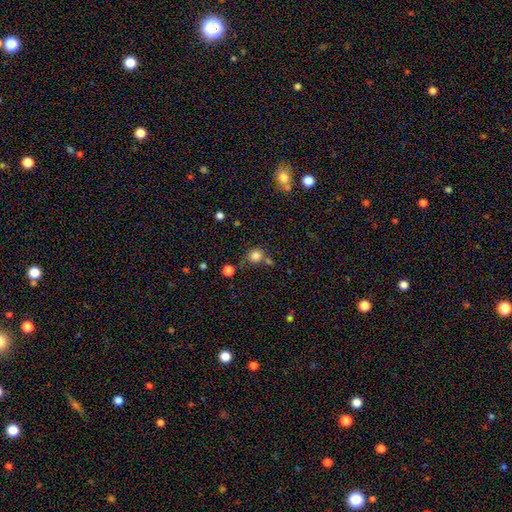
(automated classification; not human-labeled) smooth_or_featured: smooth (p=0.81) [alt: star or artifact p=0.13]
how_rounded: round (p=0.88) [alt: in between p=0.11]
merging: none (p=0.66) [alt: merger p=0.17]